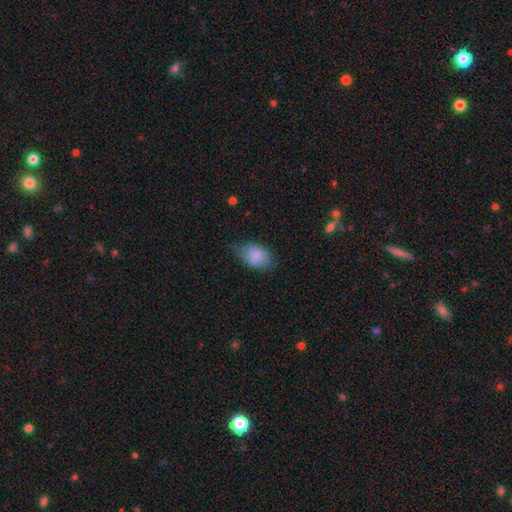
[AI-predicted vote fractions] This appears to be a smooth galaxy with no disk features (84%) that is in between round and cigar-shaped (87%). Merging: none (61%).